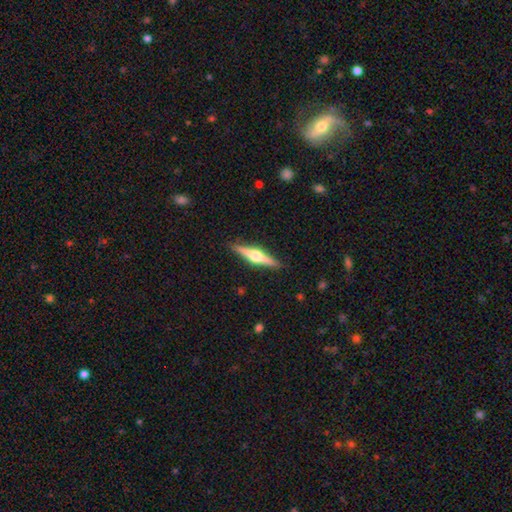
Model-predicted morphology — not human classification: This is likely a featured or disk galaxy (75%). It is clearly viewed edge-on (98%). Edge-on bulge: clearly rounded (95%). Merging: clearly none (90%).